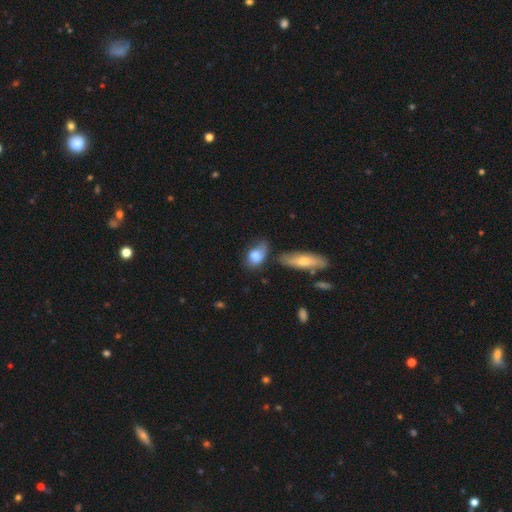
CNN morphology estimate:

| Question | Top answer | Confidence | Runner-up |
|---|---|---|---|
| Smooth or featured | smooth | 77% | featured or disk (16%) |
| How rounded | in between | 80% | round (16%) |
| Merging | none | 38% | minor disturbance (33%) |